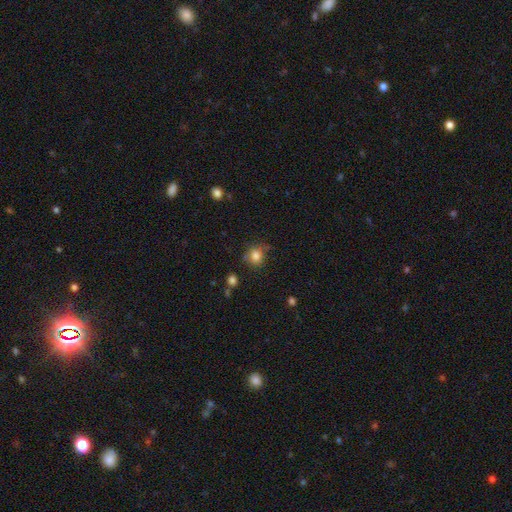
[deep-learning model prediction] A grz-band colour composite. It shows a smooth galaxy with no disk features (81%) that is round (77%). Merging: none (67%).